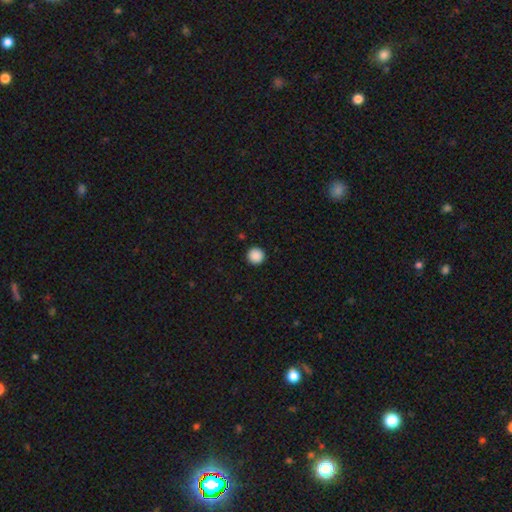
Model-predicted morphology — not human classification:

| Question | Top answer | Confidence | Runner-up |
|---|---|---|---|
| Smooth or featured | smooth | 89% | star or artifact (9%) |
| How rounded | round | 96% | in between (3%) |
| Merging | none | 93% | minor disturbance (4%) |